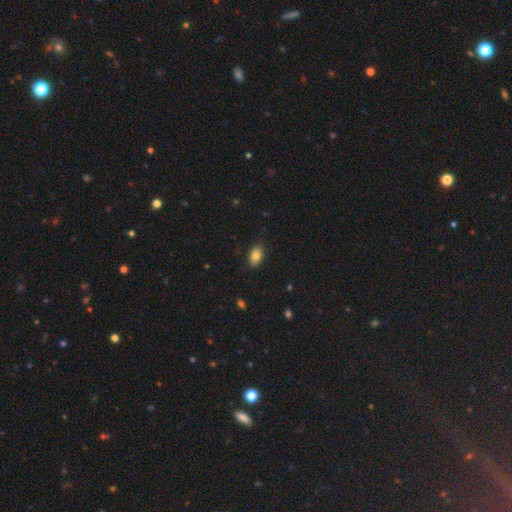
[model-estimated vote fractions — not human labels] A smooth galaxy with no disk features (80%) that is in between round and cigar-shaped (89%). Merging: none (85%).